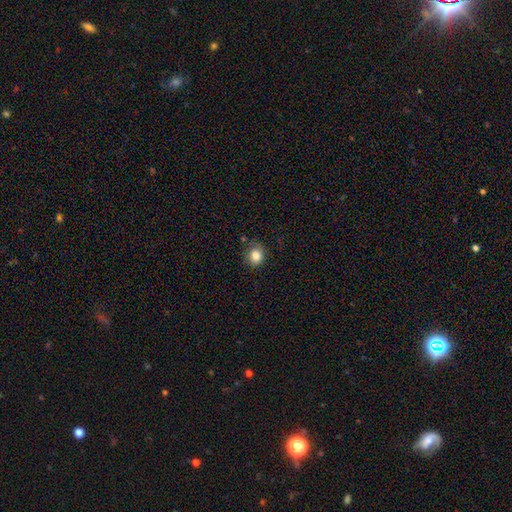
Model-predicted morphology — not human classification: type=smooth (83%); roundness=round (68%); merging=none (79%).